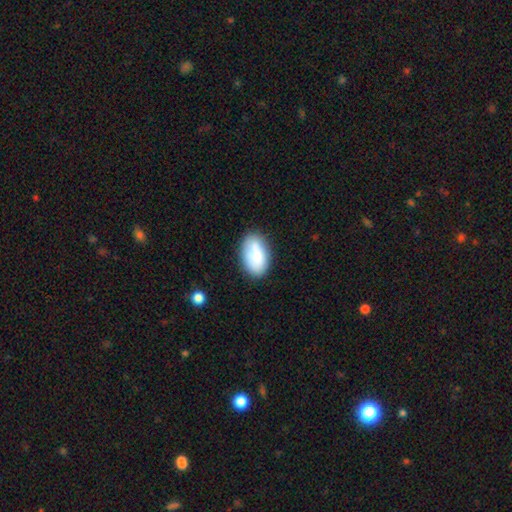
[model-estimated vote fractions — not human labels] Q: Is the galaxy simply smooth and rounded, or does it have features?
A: smooth — 80%.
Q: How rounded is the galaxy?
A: in between — 93%.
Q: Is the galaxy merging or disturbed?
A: none — 72%.